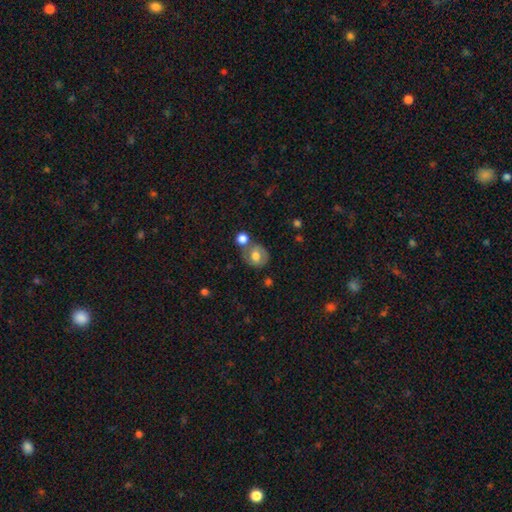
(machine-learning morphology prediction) smooth 57%, featured or disk 34%, star or artifact 9%. Down the decision tree: how rounded — round (68%); merging — none (54%).